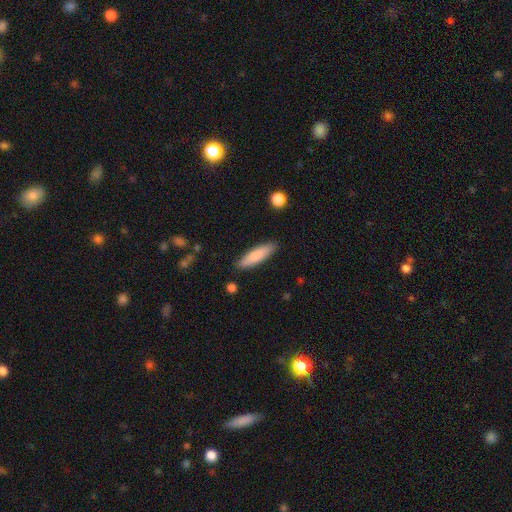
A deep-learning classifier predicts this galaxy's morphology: Smooth or featured? smooth (83%)
How rounded? cigar-shaped (65%)
Merging? none (87%)